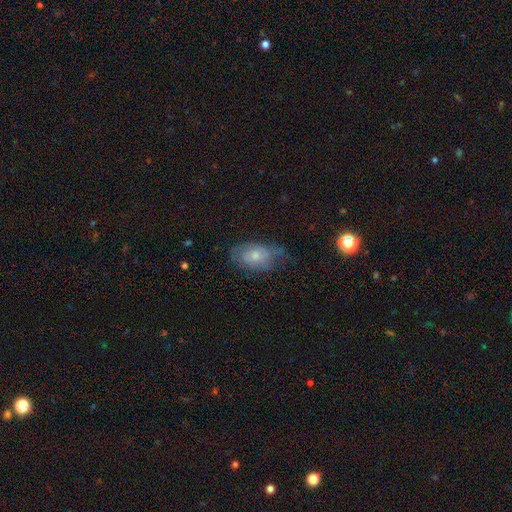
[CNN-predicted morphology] type=smooth (53%); roundness=in between (89%); merging=none (46%).